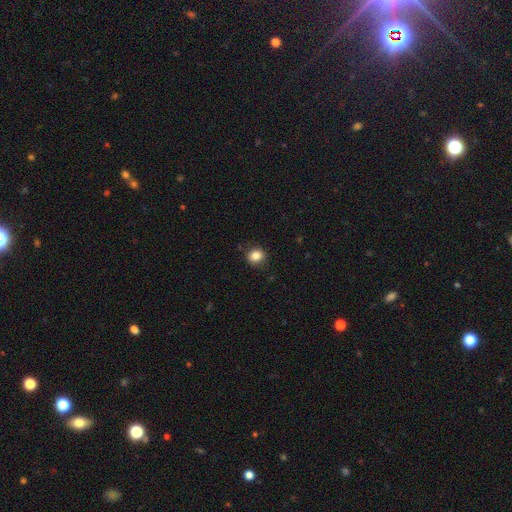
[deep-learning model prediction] A smooth galaxy with no disk features (85%) that is round (77%). Merging: none (85%).